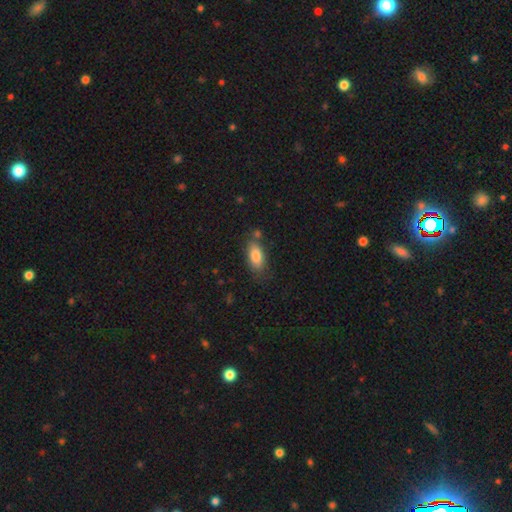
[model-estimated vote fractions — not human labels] Q: Smooth or featured?
A: smooth (82%); runner-up: featured or disk (11%)
Q: How rounded?
A: in between (87%); runner-up: cigar-shaped (10%)
Q: Merging?
A: none (69%); runner-up: minor disturbance (18%)